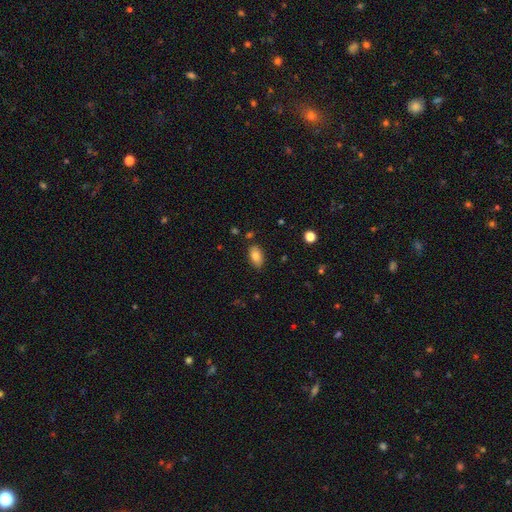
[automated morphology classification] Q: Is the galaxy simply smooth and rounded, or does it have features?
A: smooth — 81%.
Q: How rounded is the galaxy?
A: in between — 92%.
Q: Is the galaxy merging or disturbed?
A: none — 82%.